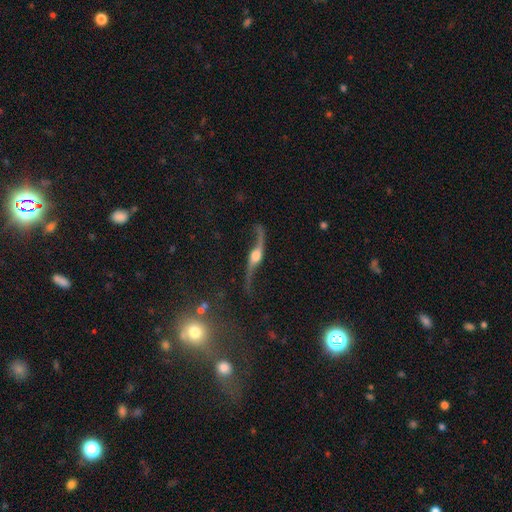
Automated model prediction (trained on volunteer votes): smooth-or-featured: featured or disk: 87% | smooth: 7% | star or artifact: 6%
  disk-edge-on: no: 63% | yes: 37%
    bar: no: 61% | weak: 25% | strong: 14%
    has-spiral-arms: yes: 94% | no: 6%
      spiral-winding: loose: 95% | medium: 3% | tight: 2%
      spiral-arm-count: 2: 94% | 1: 2% | can't tell: 1% | 3: 1% | 4: 1% | more than 4: 1%
    bulge-size: moderate: 47% | large: 29% | small: 12% | dominant: 8% | none: 4%
  merging: none: 69% | minor disturbance: 16% | major disturbance: 12% | merger: 4%